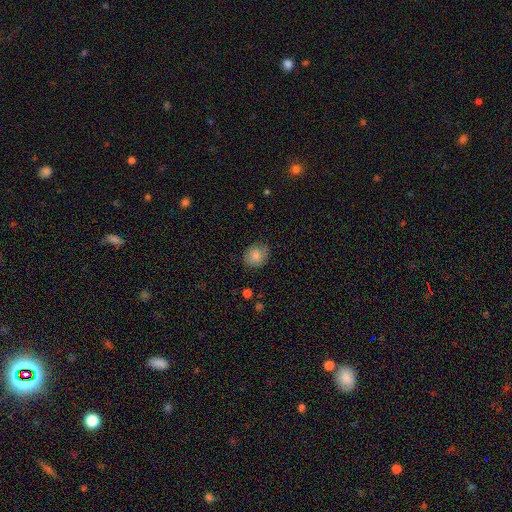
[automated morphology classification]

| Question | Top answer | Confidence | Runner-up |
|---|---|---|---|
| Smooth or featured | smooth | 83% | featured or disk (9%) |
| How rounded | round | 67% | in between (33%) |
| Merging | none | 79% | minor disturbance (16%) |